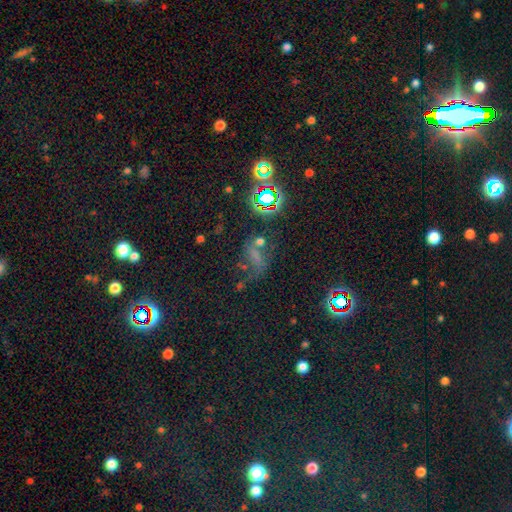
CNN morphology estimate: type=star or artifact (45%).